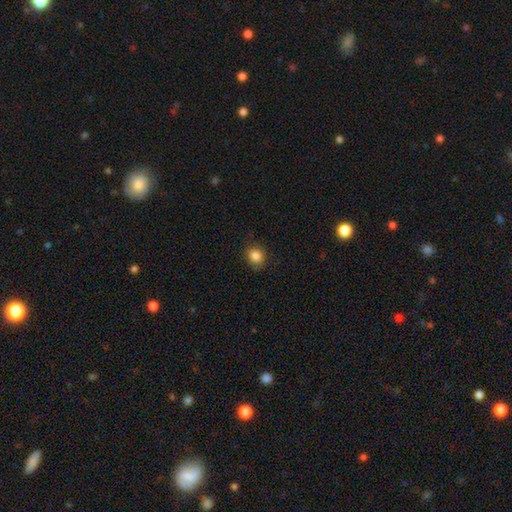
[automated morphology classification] type=smooth (84%); roundness=round (72%); merging=none (80%).